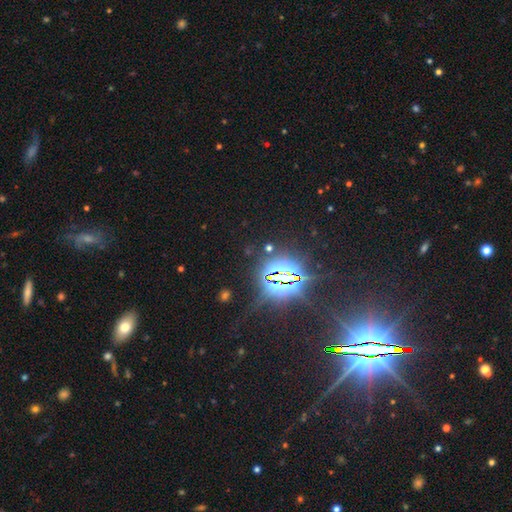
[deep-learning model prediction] Overall: star or artifact (84%).